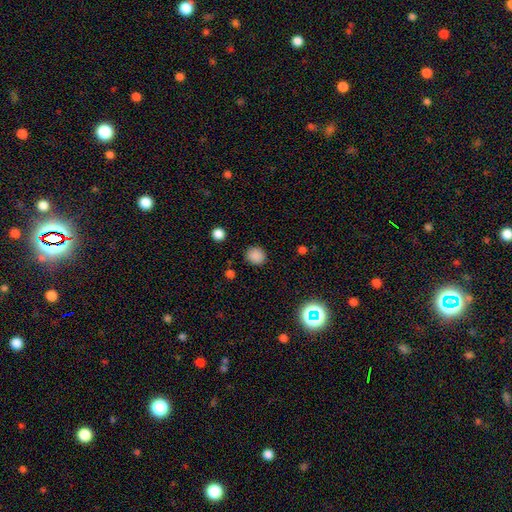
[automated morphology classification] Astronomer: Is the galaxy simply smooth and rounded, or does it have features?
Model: smooth — 84%.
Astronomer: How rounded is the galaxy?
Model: round — 83%.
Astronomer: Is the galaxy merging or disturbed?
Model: none — 87%.